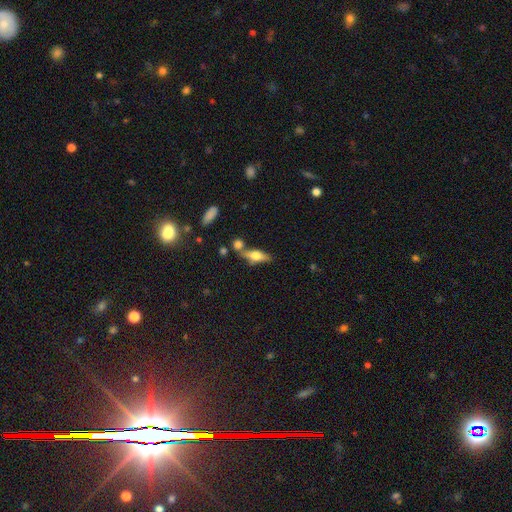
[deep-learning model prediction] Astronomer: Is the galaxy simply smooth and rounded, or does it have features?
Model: smooth — 51% (runner-up: featured or disk, 41%).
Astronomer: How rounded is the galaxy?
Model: in between — 52% (runner-up: cigar-shaped, 44%).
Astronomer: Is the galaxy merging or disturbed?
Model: none — 60%.